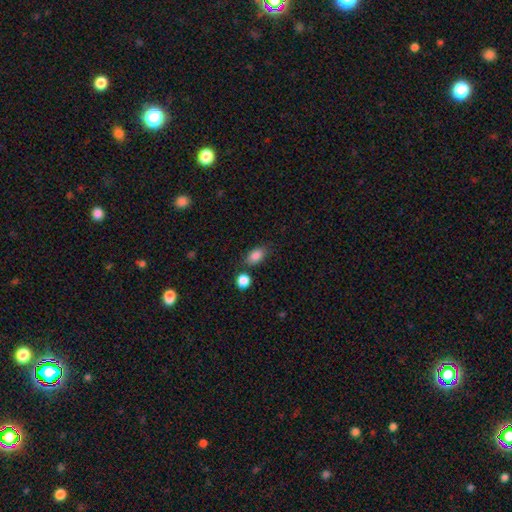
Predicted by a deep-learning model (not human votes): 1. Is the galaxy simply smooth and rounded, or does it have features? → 85% smooth, 9% star or artifact, 6% featured or disk.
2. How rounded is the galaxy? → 84% in between, 14% round, 3% cigar-shaped.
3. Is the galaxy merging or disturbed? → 74% none, 15% minor disturbance, 8% merger, 4% major disturbance.